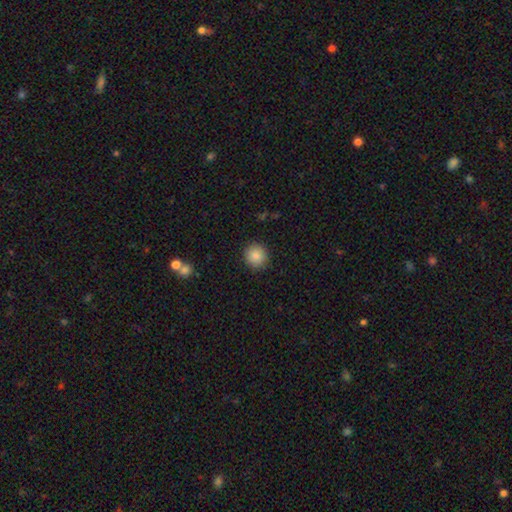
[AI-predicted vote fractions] A smooth galaxy with no disk features (87%) that is round (93%). Merging: none (91%).